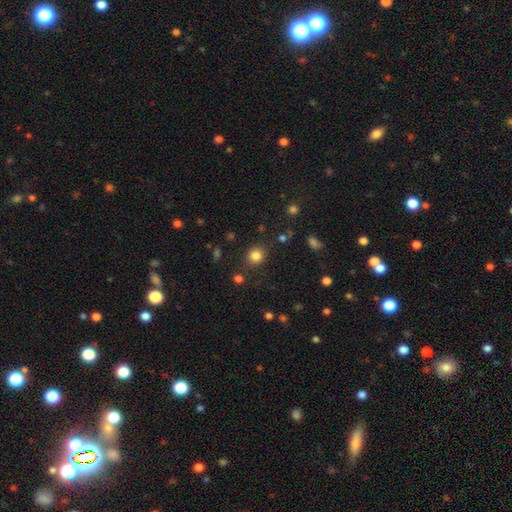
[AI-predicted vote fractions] This appears to be a smooth galaxy with no disk features (82%) that is round (82%). Merging: none (85%).